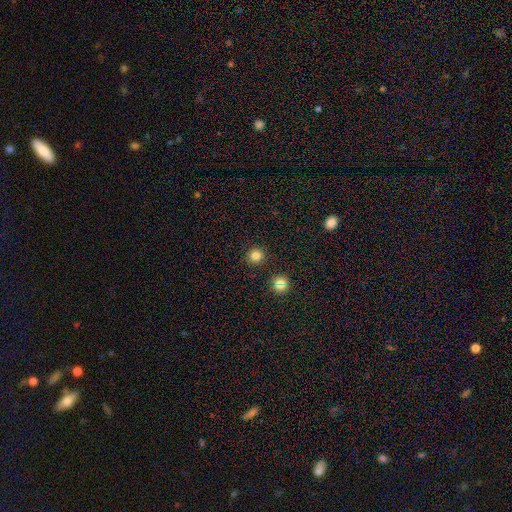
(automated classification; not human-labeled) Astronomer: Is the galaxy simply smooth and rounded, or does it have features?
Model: smooth — 80%.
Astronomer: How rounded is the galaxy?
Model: round — 93%.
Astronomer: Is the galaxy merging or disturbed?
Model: none — 91%.